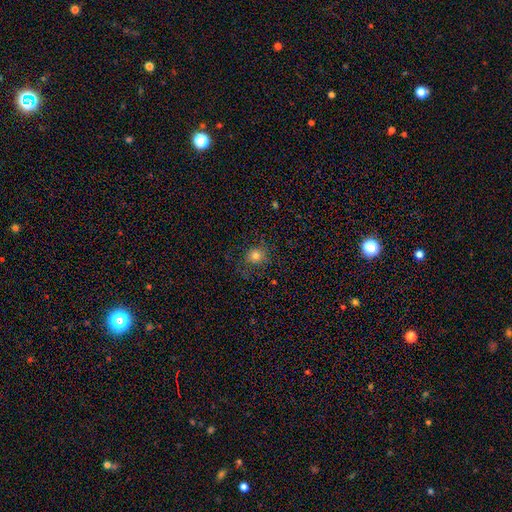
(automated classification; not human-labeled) This is likely a smooth galaxy (77%). How rounded: likely round (80%). Merging: likely none (71%).